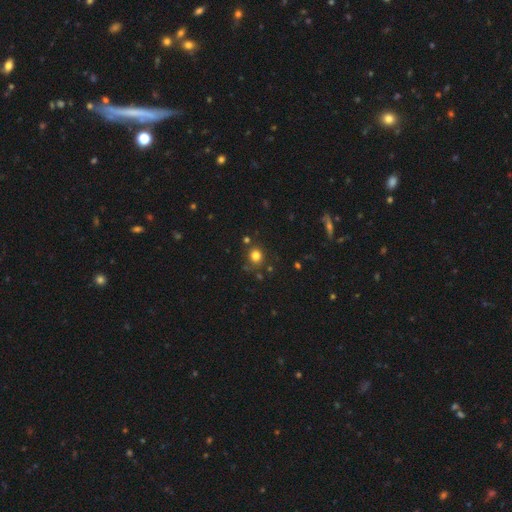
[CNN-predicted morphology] Overall: smooth (78%). How rounded: round (86%). Merging: none (79%).